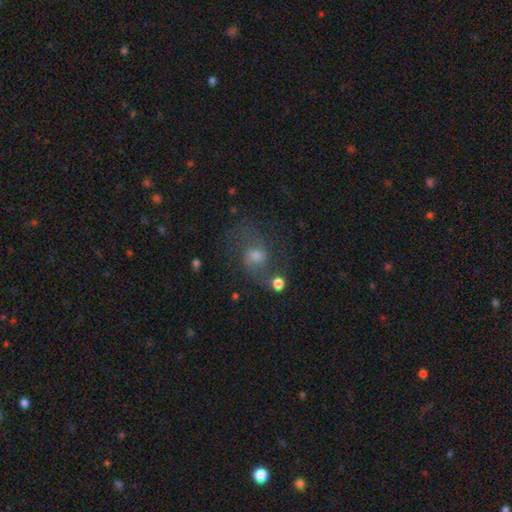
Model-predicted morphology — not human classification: A featured or disk galaxy (57%) with no bar (46%), spiral arms (83%) and a moderate central bulge (49%).

Vote fractions:
- Smooth or featured? featured or disk: 57% / smooth: 26% / star or artifact: 17%
- Edge-on disk? no: 97% / yes: 3%
- Bar? no: 46% / weak: 45% / strong: 9%
- Spiral arms? yes: 83% / no: 17%
- Bulge size? moderate: 49% / small: 38% / large: 7% / none: 5% / dominant: 2%
- Merging? none: 56% / minor disturbance: 17% / major disturbance: 15% / merger: 12%